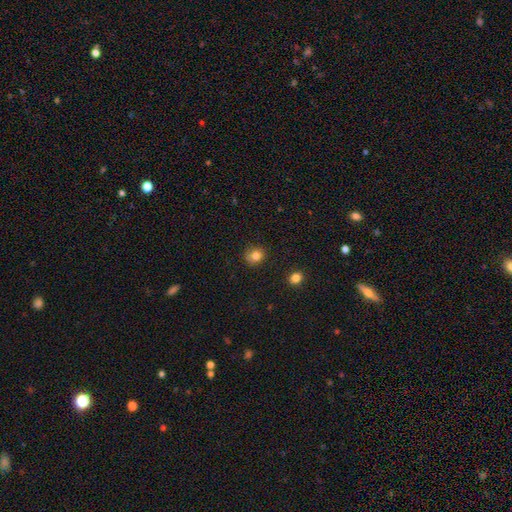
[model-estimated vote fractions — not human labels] Smooth or featured? Predicted: smooth (p=0.82). How rounded? Predicted: round (p=0.78). Merging? Predicted: none (p=0.72).